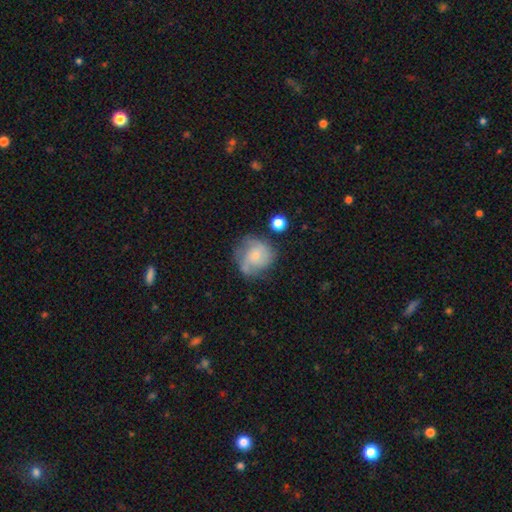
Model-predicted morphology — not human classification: smooth_or_featured: featured or disk (p=0.54) [alt: smooth p=0.38]
disk_edge_on: no (p=0.98) [alt: yes p=0.02]
bar: no (p=0.78) [alt: weak p=0.19]
has_spiral_arms: yes (p=0.81) [alt: no p=0.19]
bulge_size: small (p=0.70) [alt: moderate p=0.22]
merging: none (p=0.53) [alt: minor disturbance p=0.26]